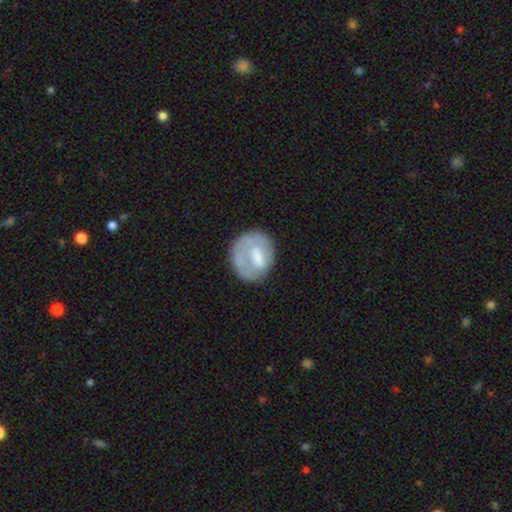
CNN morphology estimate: Smooth or featured? smooth (51%)
How rounded? round (69%)
Merging? none (56%)